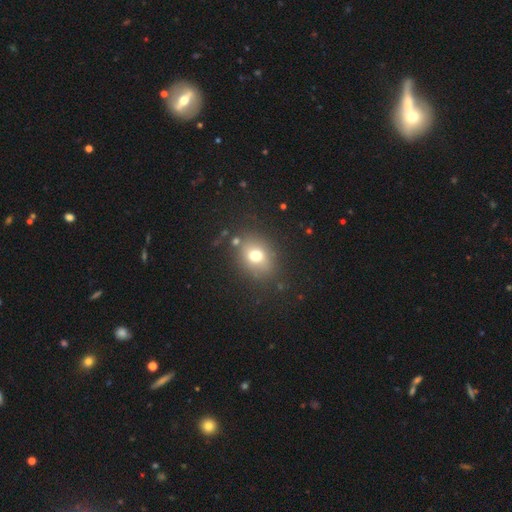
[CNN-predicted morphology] This is likely a smooth galaxy (70%). How rounded: possibly round (53%). Merging: likely none (79%).